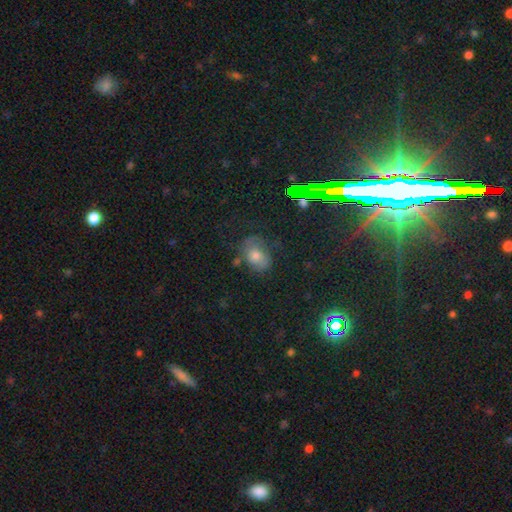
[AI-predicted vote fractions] Overall: smooth (47%; featured or disk 28%). Merging: none (60%; minor disturbance 24%).